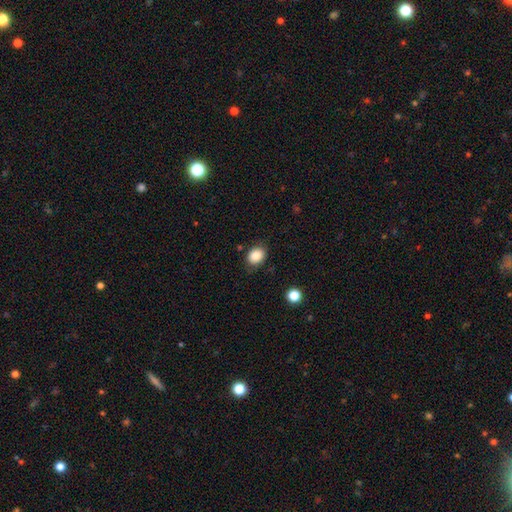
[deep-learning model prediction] The model was most divided on "how rounded": in between: 58%, round: 41%, cigar-shaped: 1%. More confident: smooth or featured — smooth (86%); merging — none (80%).